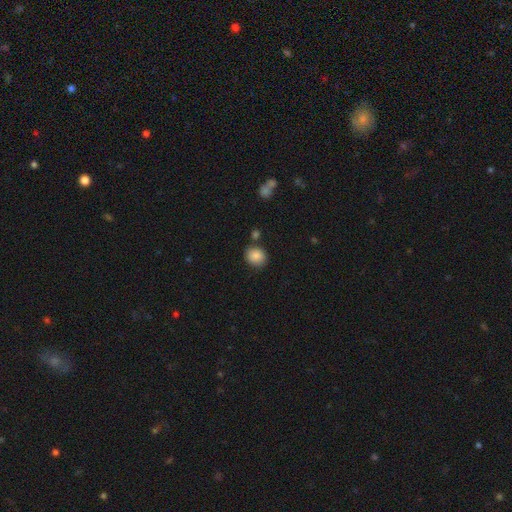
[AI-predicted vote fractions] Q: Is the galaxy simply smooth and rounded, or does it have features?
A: smooth — 87%.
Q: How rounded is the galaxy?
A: round — 75%.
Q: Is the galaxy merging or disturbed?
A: none — 77%.